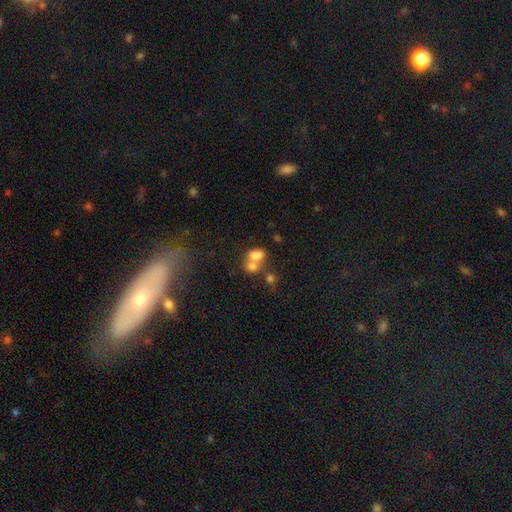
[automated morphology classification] A smooth galaxy with no disk features (72%) that is in between round and cigar-shaped (70%). Merging: merger (61%).